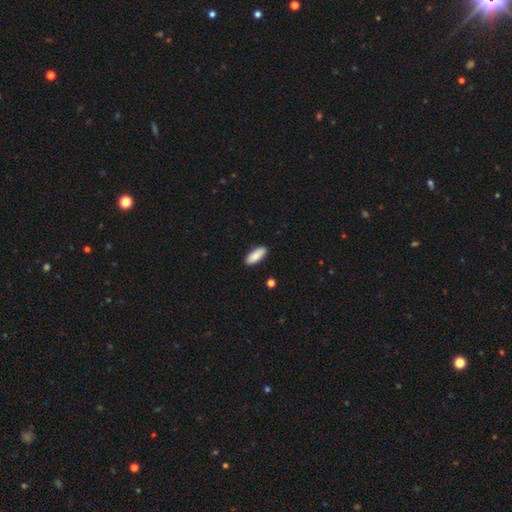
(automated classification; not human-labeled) This appears to be a smooth galaxy with no disk features (88%) that is in between round and cigar-shaped (77%). Merging: none (89%).